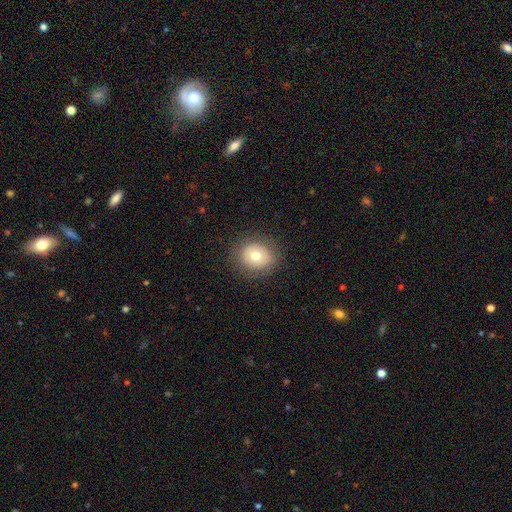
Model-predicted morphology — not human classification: type=smooth (71%); roundness=round (71%); merging=none (84%).